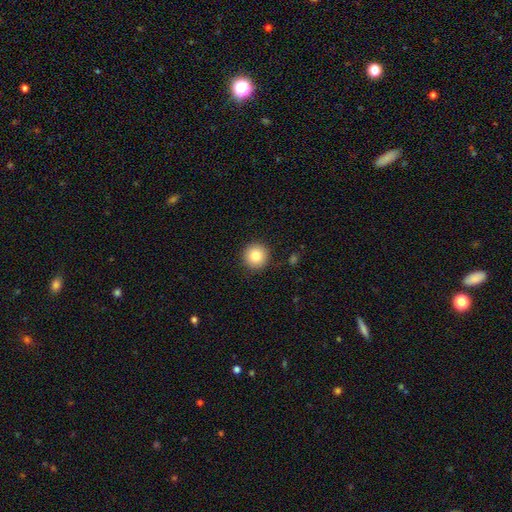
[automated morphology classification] This is clearly a smooth galaxy (83%). How rounded: clearly round (95%). Merging: clearly none (91%).